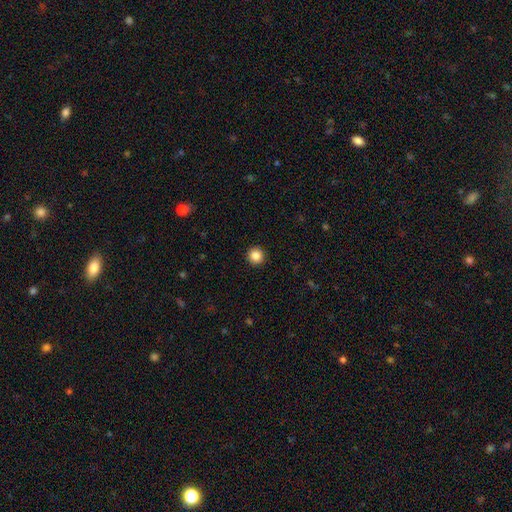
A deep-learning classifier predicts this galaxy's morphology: This is clearly a smooth galaxy (86%). How rounded: clearly round (96%). Merging: clearly none (93%).